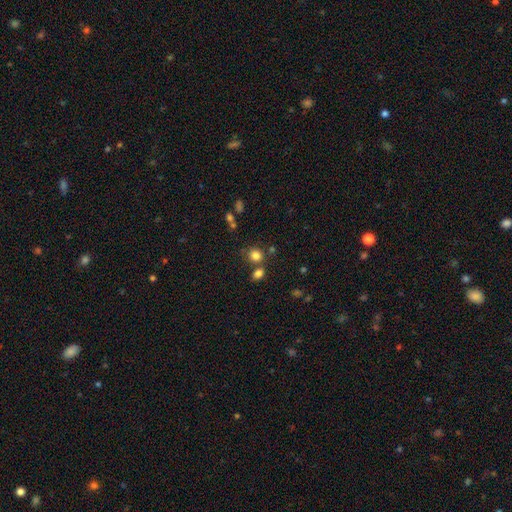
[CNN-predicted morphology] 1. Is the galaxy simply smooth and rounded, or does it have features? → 80% smooth, 13% star or artifact, 6% featured or disk.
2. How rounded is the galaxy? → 78% round, 21% in between, 1% cigar-shaped.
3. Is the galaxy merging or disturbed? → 68% none, 18% merger, 10% minor disturbance, 4% major disturbance.